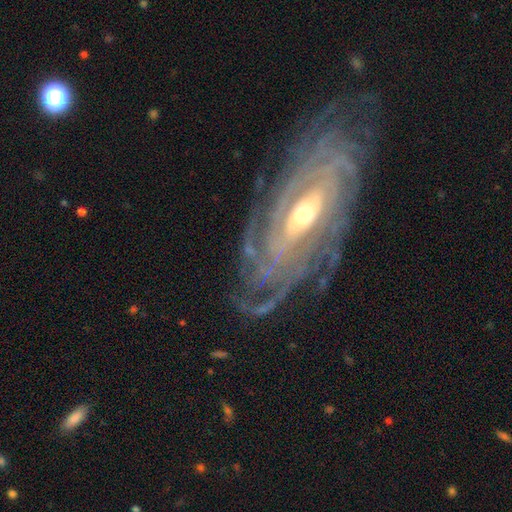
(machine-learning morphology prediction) Smooth or featured? Predicted: featured or disk (p=0.91). Edge-on disk? Predicted: no (p=0.93). Bar? Predicted: no (p=0.40). Spiral arms? Predicted: yes (p=0.97). Spiral winding? Predicted: tight (p=0.81). Spiral arm count? Predicted: can't tell (p=0.26). Bulge size? Predicted: moderate (p=0.56). Merging? Predicted: none (p=0.78).